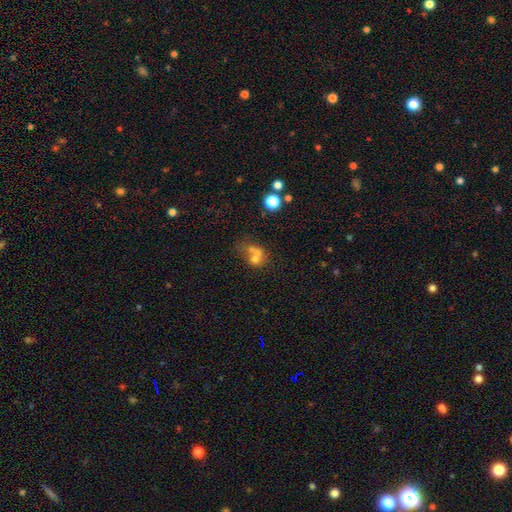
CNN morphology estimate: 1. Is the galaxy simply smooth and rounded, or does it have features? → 58% smooth, 26% featured or disk, 16% star or artifact.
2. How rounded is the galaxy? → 56% round, 43% in between, 1% cigar-shaped.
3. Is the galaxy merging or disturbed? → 56% merger, 21% none, 14% major disturbance, 9% minor disturbance.